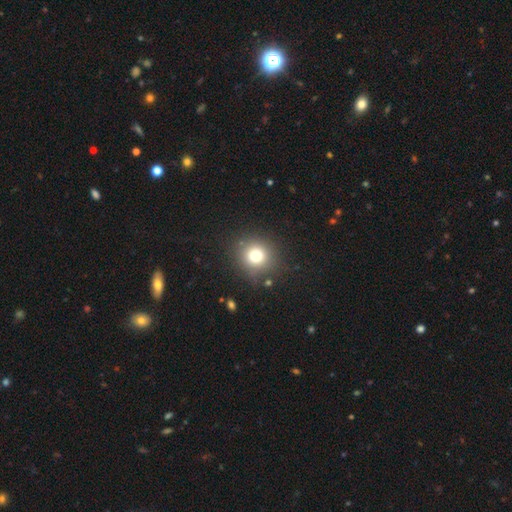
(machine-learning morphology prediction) A smooth galaxy with no disk features (75%) that is round (90%). Merging: none (85%).